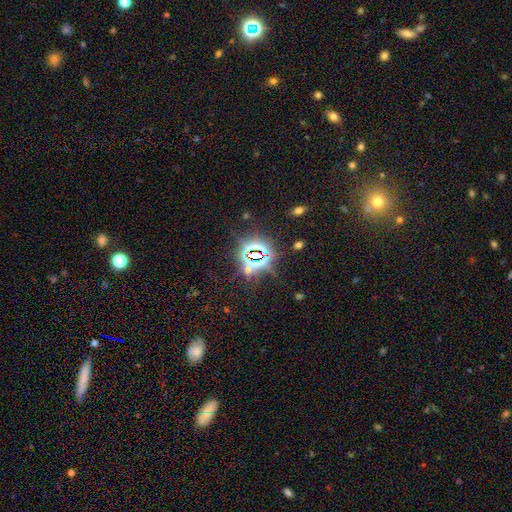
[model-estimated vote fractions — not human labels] star or artifact 82%, smooth 11%, featured or disk 8%.